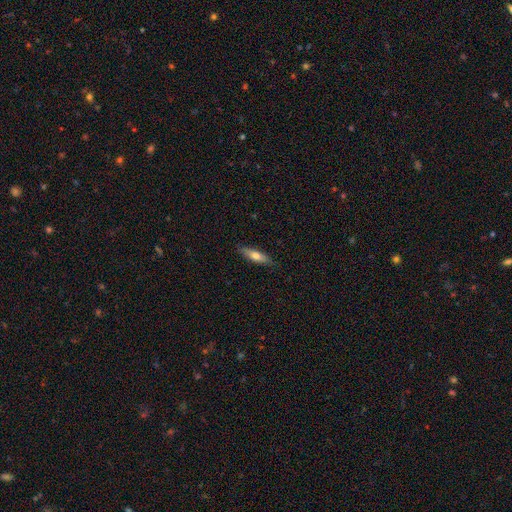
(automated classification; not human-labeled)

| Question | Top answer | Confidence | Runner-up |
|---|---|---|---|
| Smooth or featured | smooth | 62% | featured or disk (32%) |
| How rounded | cigar-shaped | 65% | in between (33%) |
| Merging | none | 86% | minor disturbance (11%) |